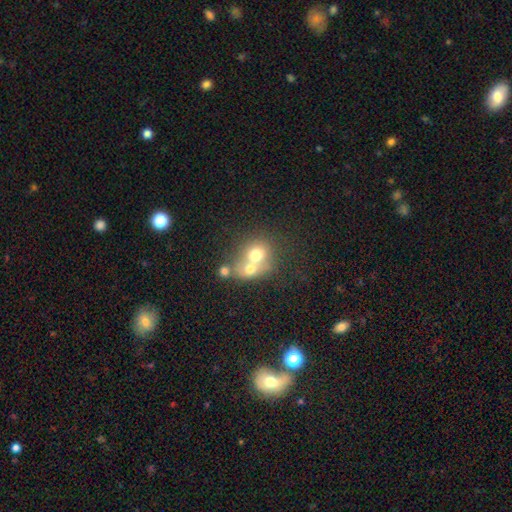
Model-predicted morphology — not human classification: A smooth galaxy with no disk features (66%) that is round (67%). Merging: merger (67%).